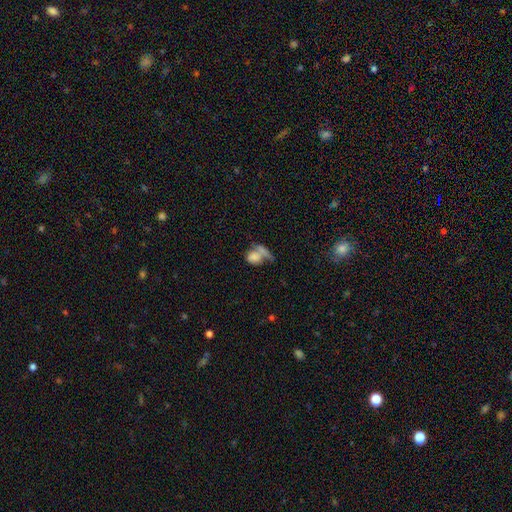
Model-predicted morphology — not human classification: smooth 74%, featured or disk 16%, star or artifact 10%. Down the decision tree: how rounded — in between (51%); merging — merger (50%).